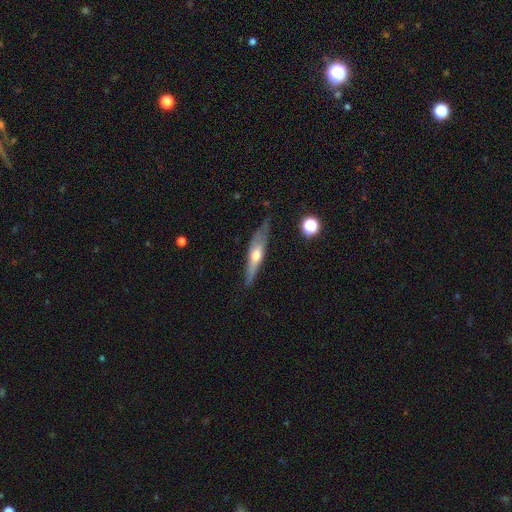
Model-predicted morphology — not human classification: A featured or disk galaxy (52%) viewed edge-on (80%). Merging: none (66%).